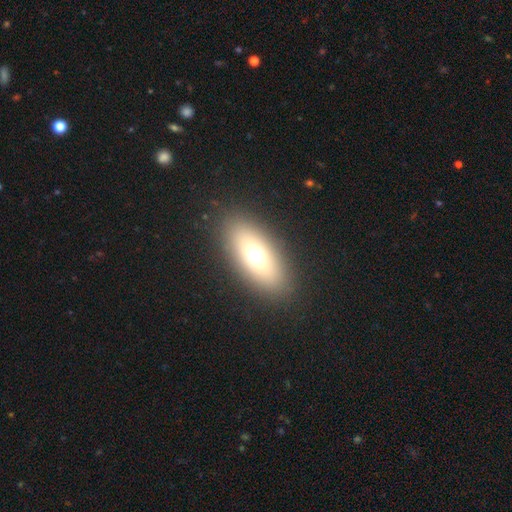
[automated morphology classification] smooth-or-featured: smooth: 64% | featured or disk: 24% | star or artifact: 13%
  how-rounded: in between: 78% | cigar-shaped: 13% | round: 9%
  merging: none: 86% | minor disturbance: 8% | major disturbance: 4% | merger: 1%